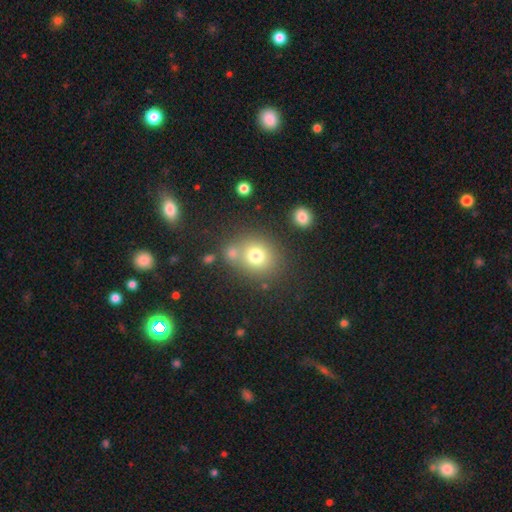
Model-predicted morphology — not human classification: type=smooth (75%); roundness=round (76%); merging=none (67%).